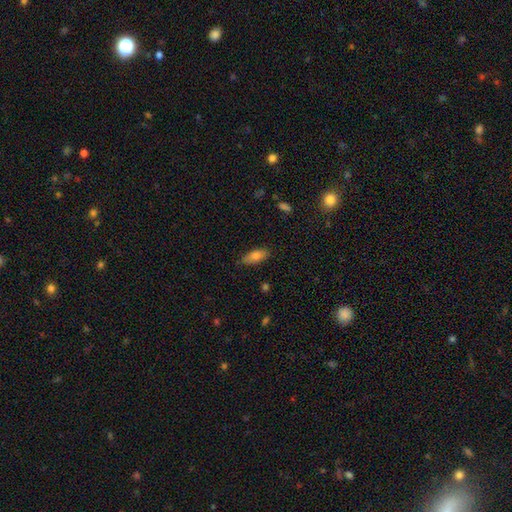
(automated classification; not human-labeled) smooth 78%, featured or disk 15%, star or artifact 7%. Down the decision tree: how rounded — in between (81%); merging — none (83%).